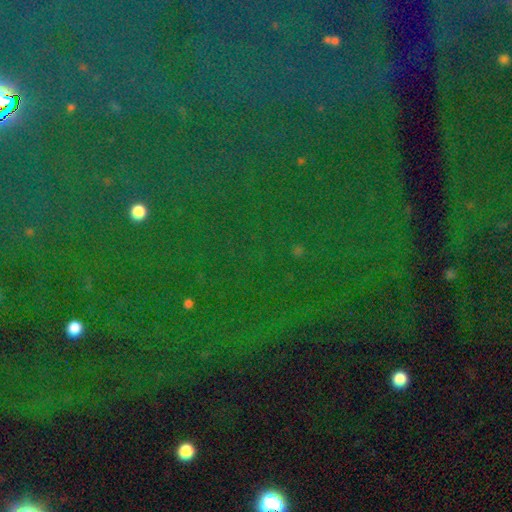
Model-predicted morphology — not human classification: Smooth or featured? Predicted: star or artifact (p=0.83).